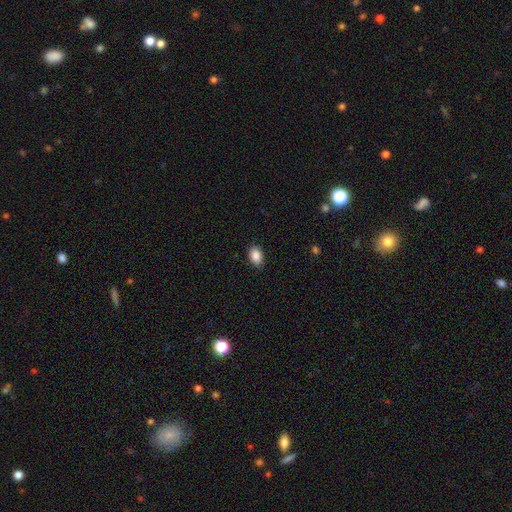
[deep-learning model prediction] Morphology: type=smooth (88%); roundness=in between (81%); merging=none (87%).